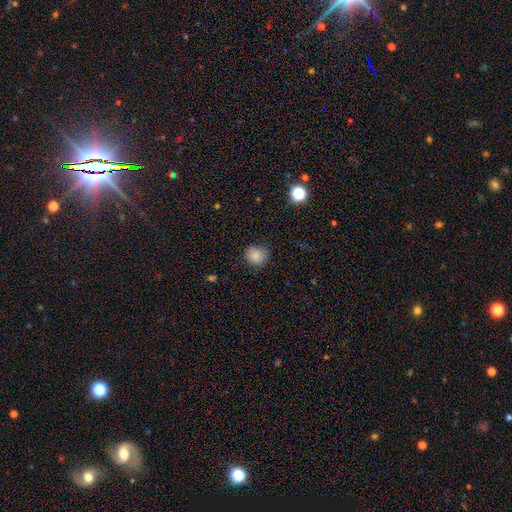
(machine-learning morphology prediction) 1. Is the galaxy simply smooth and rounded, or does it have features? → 83% smooth, 11% star or artifact, 6% featured or disk.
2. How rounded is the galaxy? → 85% round, 14% in between, 1% cigar-shaped.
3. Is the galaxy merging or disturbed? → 76% none, 18% minor disturbance, 4% major disturbance, 1% merger.